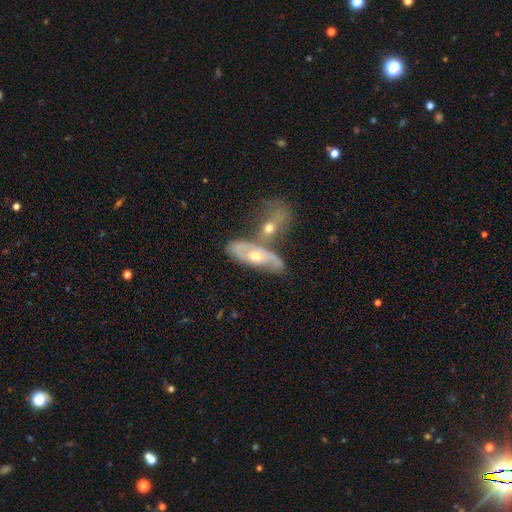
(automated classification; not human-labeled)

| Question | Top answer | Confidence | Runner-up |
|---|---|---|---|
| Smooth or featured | featured or disk | 72% | smooth (22%) |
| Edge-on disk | no | 81% | yes (19%) |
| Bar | no | 71% | weak (21%) |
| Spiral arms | yes | 73% | no (27%) |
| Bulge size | moderate | 68% | small (27%) |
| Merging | merger | 41% | none (38%) |